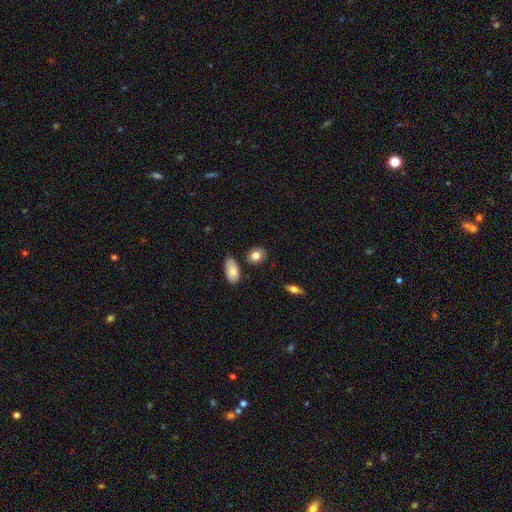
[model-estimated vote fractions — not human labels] Q: Smooth or featured?
A: smooth (83%); runner-up: featured or disk (9%)
Q: How rounded?
A: in between (57%); runner-up: round (41%)
Q: Merging?
A: none (81%); runner-up: minor disturbance (12%)